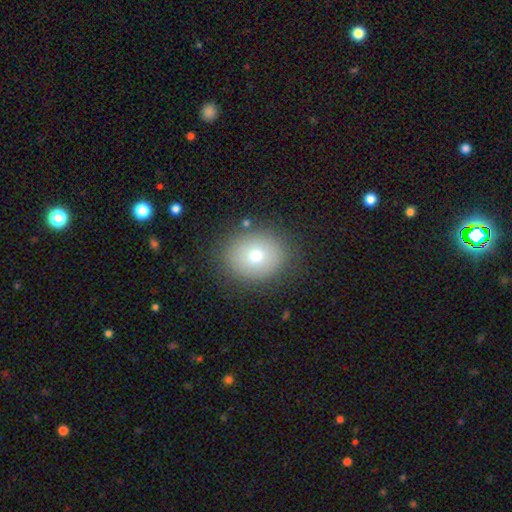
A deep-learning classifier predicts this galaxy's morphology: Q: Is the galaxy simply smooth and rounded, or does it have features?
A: smooth — 72%.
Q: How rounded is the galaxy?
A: round — 68%.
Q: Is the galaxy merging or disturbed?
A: none — 86%.